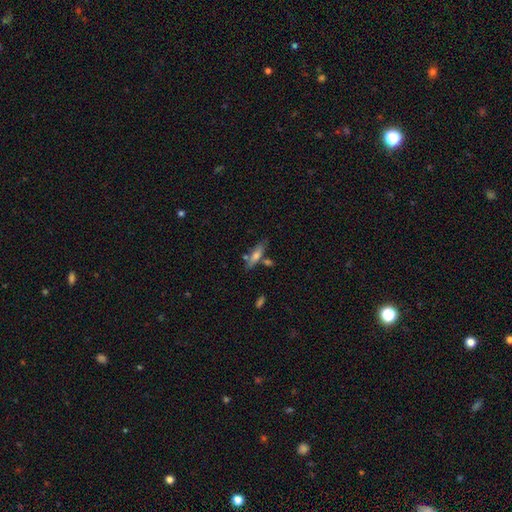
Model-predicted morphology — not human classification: Q: Smooth or featured?
A: smooth (59%); runner-up: featured or disk (33%)
Q: How rounded?
A: cigar-shaped (68%); runner-up: in between (29%)
Q: Merging?
A: none (68%); runner-up: minor disturbance (15%)